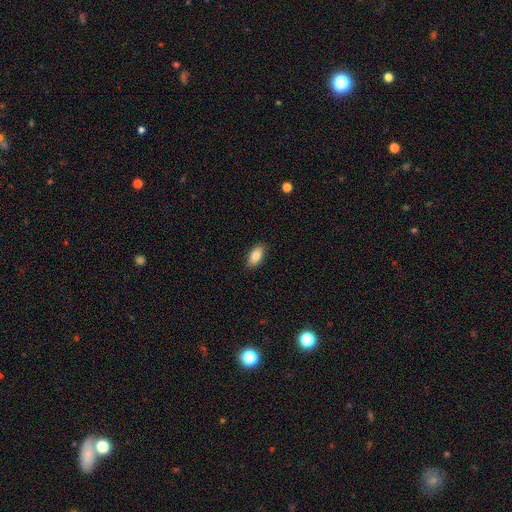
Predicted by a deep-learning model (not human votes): Smooth or featured? Predicted: smooth (p=0.83). How rounded? Predicted: in between (p=0.91). Merging? Predicted: none (p=0.89).